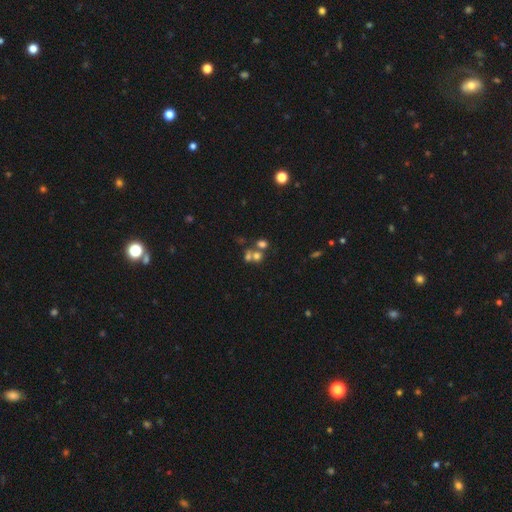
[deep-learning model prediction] Q: Smooth or featured?
A: smooth (58%); runner-up: star or artifact (22%)
Q: How rounded?
A: round (76%); runner-up: in between (23%)
Q: Merging?
A: merger (50%); runner-up: none (38%)